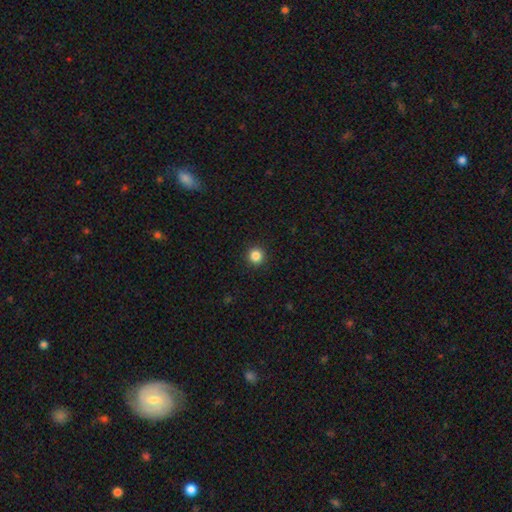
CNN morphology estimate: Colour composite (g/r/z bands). It shows a smooth galaxy with no disk features (85%) that is round (95%). Merging: none (93%).